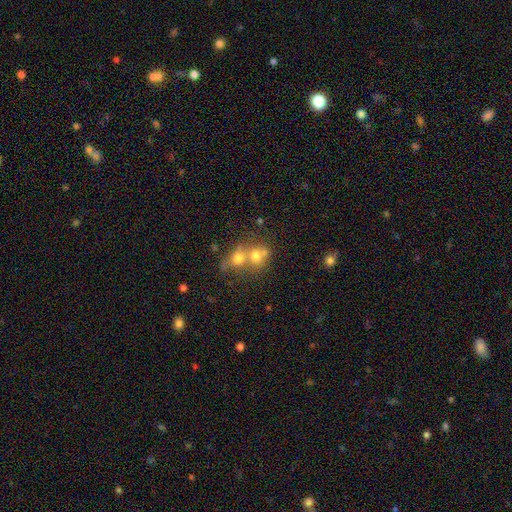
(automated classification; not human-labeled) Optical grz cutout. It shows a smooth galaxy with no disk features (57%) that is round (68%). Merging: merger (65%).